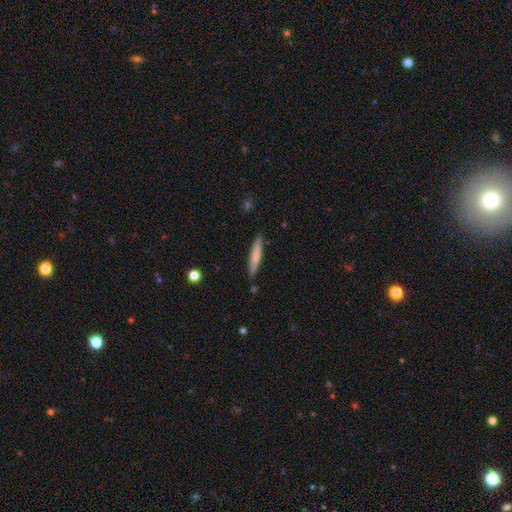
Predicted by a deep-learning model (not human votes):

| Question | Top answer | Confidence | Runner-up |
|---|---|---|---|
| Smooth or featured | smooth | 72% | featured or disk (22%) |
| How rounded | cigar-shaped | 92% | in between (7%) |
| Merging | none | 85% | minor disturbance (11%) |